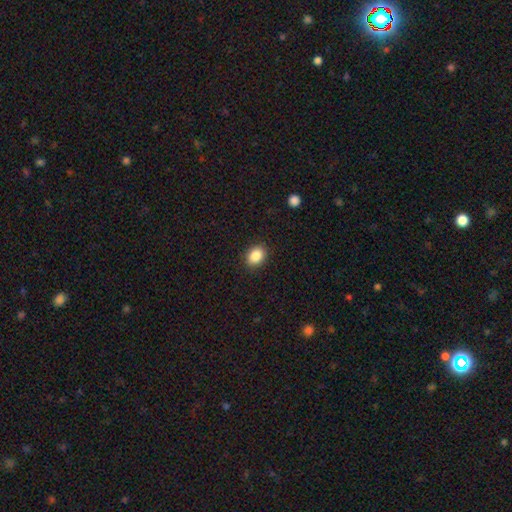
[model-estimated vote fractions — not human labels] This is clearly a smooth galaxy (87%). How rounded: likely in between (60%). Merging: clearly none (90%).